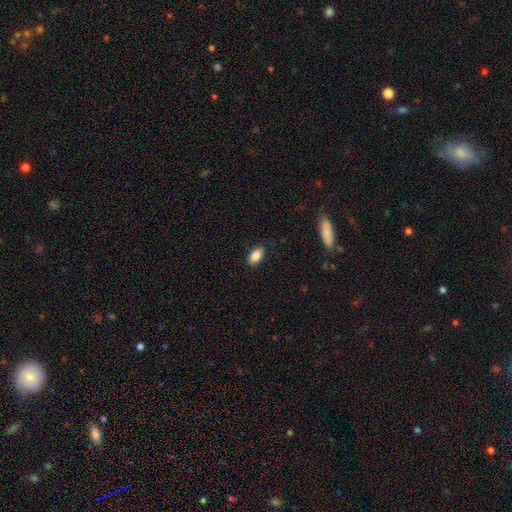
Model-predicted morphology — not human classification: type=smooth (86%); roundness=in between (92%); merging=none (88%).